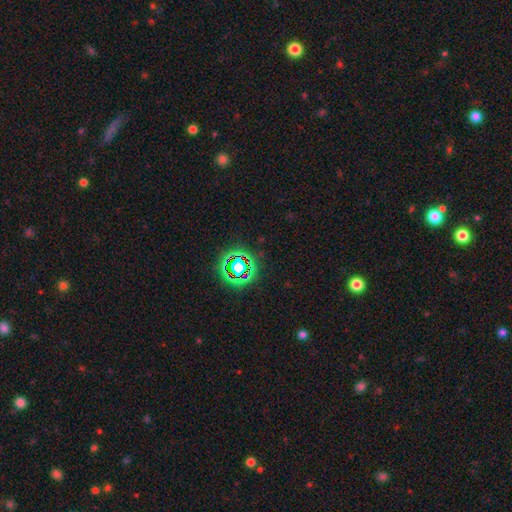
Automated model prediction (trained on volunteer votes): Smooth or featured? Predicted: star or artifact (p=0.61).